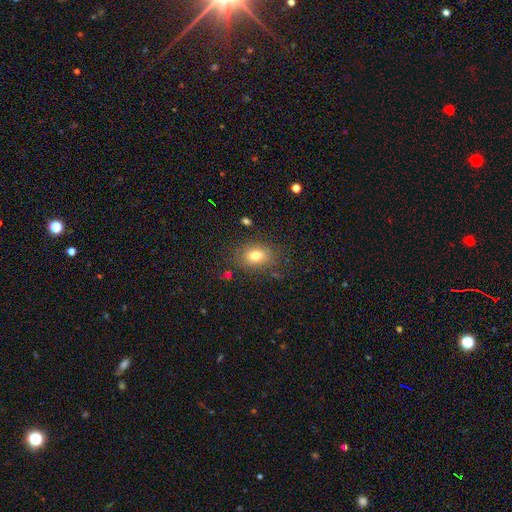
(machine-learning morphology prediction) smooth-or-featured: smooth: 78% | star or artifact: 11% | featured or disk: 10%
  how-rounded: in between: 68% | round: 30% | cigar-shaped: 1%
  merging: none: 80% | minor disturbance: 13% | major disturbance: 5% | merger: 2%